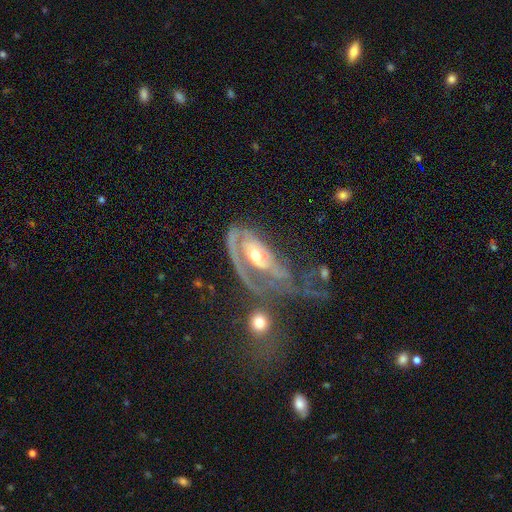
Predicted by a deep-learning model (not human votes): The model was most divided on "spiral arm count": 1: 33%, 2: 29%, can't tell: 28%, 3: 6%, 4: 3%, more than 4: 2%. Remaining: edge-on disk — no (92%); spiral arms — yes (81%); smooth or featured — featured or disk (80%); bulge size — moderate (67%); bar — no (57%); spiral winding — tight (48%); merging — major disturbance (46%).